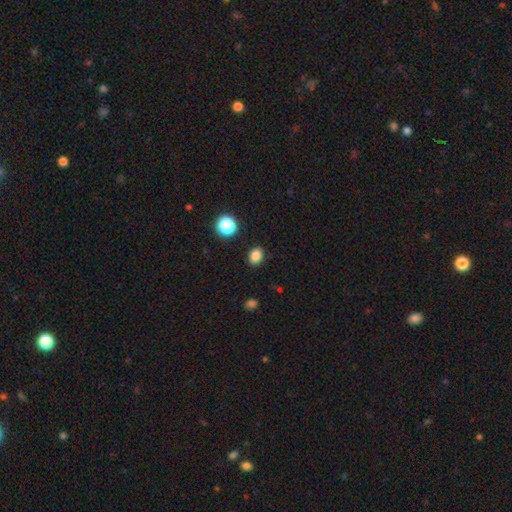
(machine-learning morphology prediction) Smooth or featured: smooth — 84% (star or artifact — 12%)
How rounded: in between — 58% (round — 41%)
Merging: none — 88% (minor disturbance — 8%)